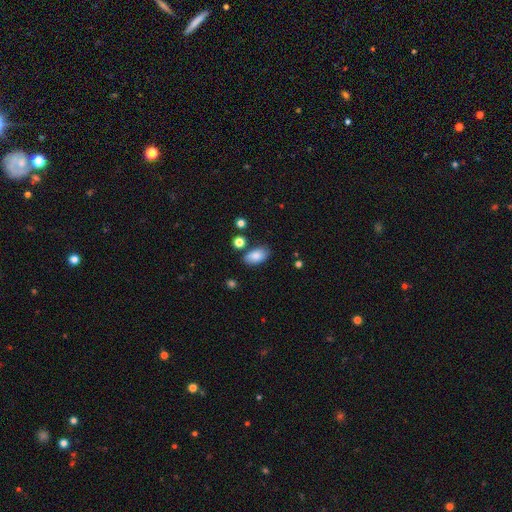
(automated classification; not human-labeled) Q: Smooth or featured?
A: smooth (83%); runner-up: featured or disk (9%)
Q: How rounded?
A: in between (93%); runner-up: round (5%)
Q: Merging?
A: none (73%); runner-up: minor disturbance (18%)